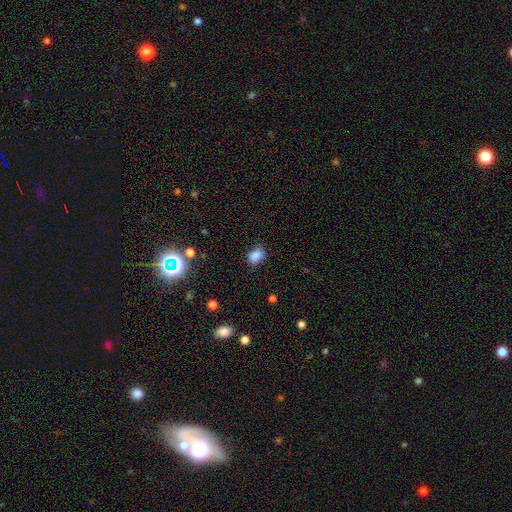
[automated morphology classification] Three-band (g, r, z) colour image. It shows a smooth galaxy with no disk features (84%) that is in between round and cigar-shaped (65%). Merging: none (78%).